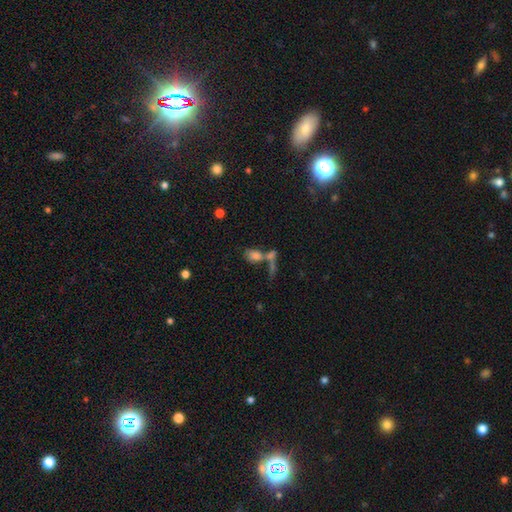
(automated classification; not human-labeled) Morphology: type=smooth (68%); roundness=in between (75%); merging=merger (52%).